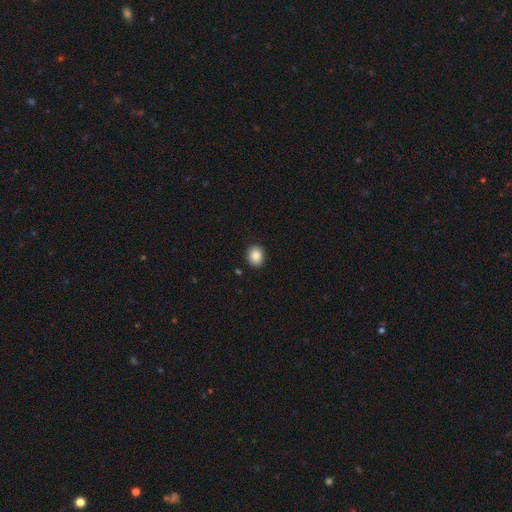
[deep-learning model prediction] Smooth or featured: smooth — 87% (star or artifact — 8%)
How rounded: round — 63% (in between — 36%)
Merging: none — 89% (minor disturbance — 8%)